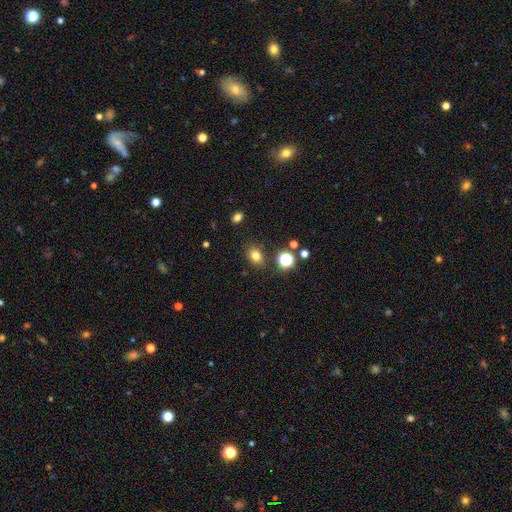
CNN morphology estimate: Overall: smooth (78%). How rounded: in between (56%; round 43%). Merging: none (83%).